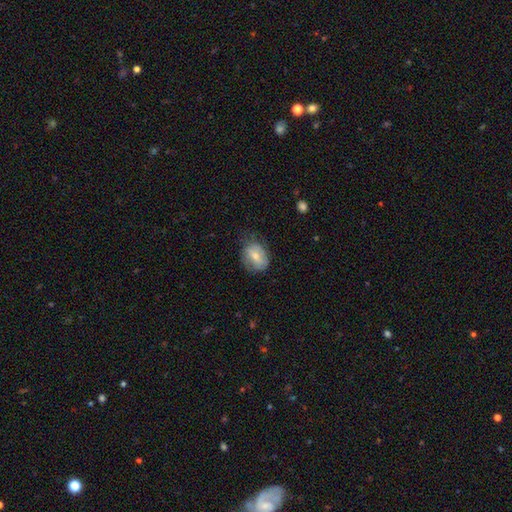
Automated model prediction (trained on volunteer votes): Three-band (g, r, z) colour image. It shows a smooth galaxy with no disk features (59%) that is in between round and cigar-shaped (64%). Merging: none (60%).